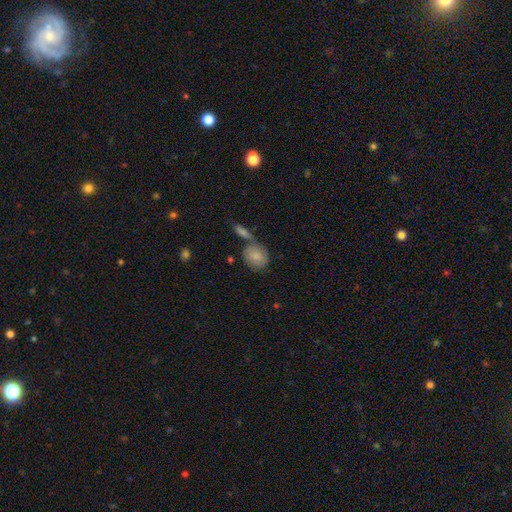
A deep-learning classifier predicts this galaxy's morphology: Smooth or featured?
  - smooth: 75% *
  - featured or disk: 19%
  - star or artifact: 6%
How rounded?
  - round: 63% *
  - in between: 35%
  - cigar-shaped: 2%
Merging?
  - none: 48% *
  - merger: 31%
  - minor disturbance: 15%
  - major disturbance: 6%